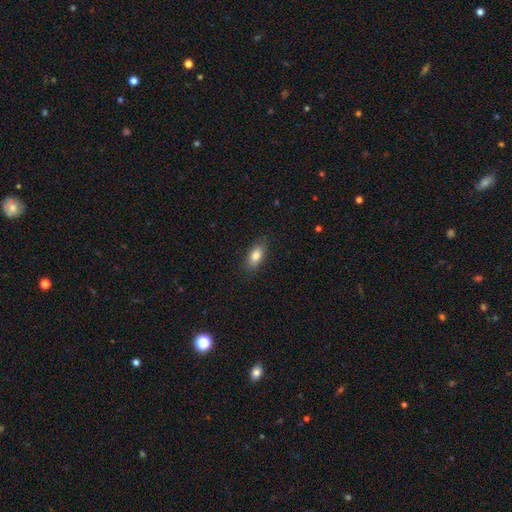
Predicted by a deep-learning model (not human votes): This is clearly a smooth galaxy (83%). How rounded: clearly in between (86%). Merging: clearly none (85%).